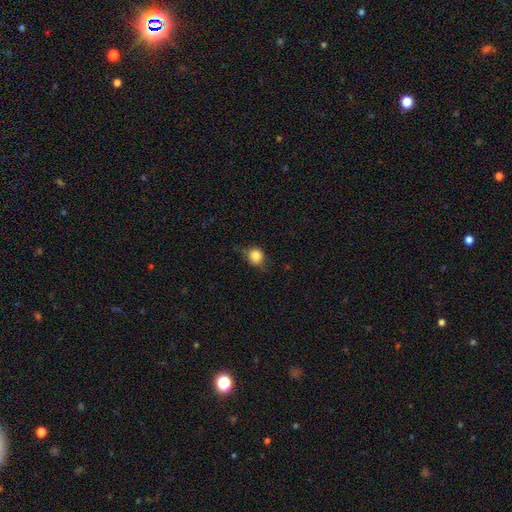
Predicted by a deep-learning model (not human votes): This appears to be a smooth galaxy with no disk features (78%) that is round (80%). Merging: none (61%).